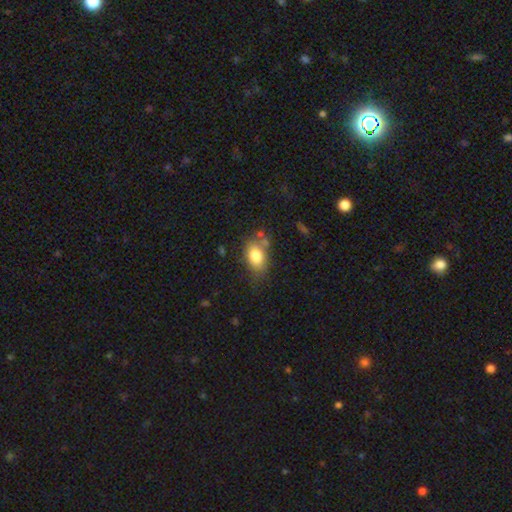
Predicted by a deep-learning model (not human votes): Smooth or featured? Predicted: smooth (p=0.80). How rounded? Predicted: in between (p=0.87). Merging? Predicted: none (p=0.60).